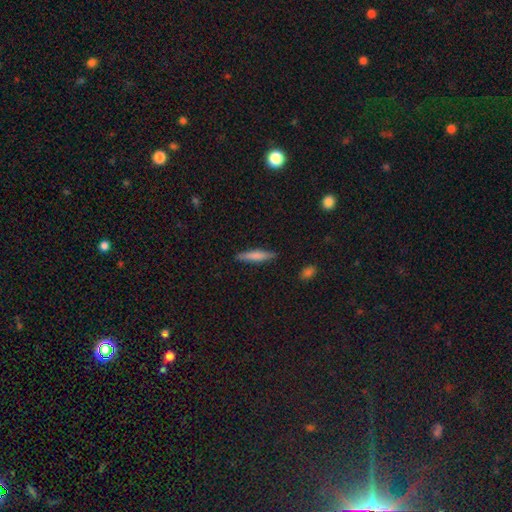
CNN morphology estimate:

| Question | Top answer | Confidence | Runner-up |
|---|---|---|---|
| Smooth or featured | smooth | 70% | featured or disk (23%) |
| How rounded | cigar-shaped | 88% | in between (11%) |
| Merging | none | 87% | minor disturbance (10%) |